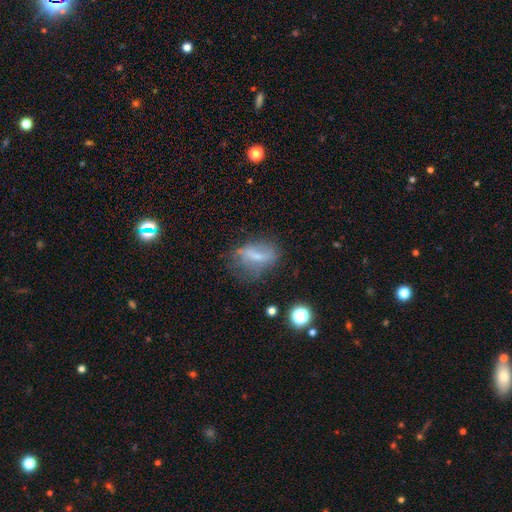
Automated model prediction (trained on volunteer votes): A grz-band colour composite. It shows a smooth galaxy with no disk features (47%). Merging: none (42%).